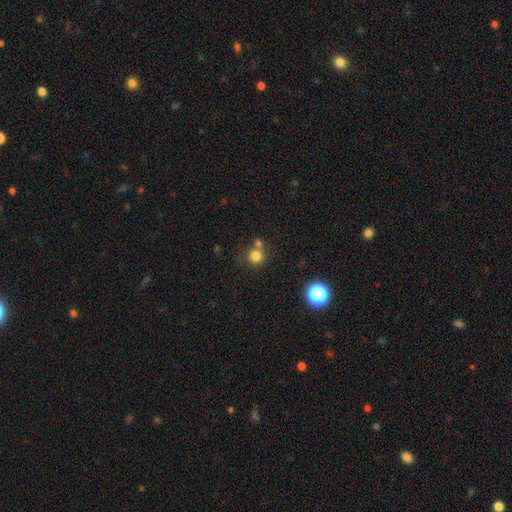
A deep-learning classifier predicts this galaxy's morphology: A smooth galaxy with no disk features (79%) that is round (91%). Merging: none (61%).